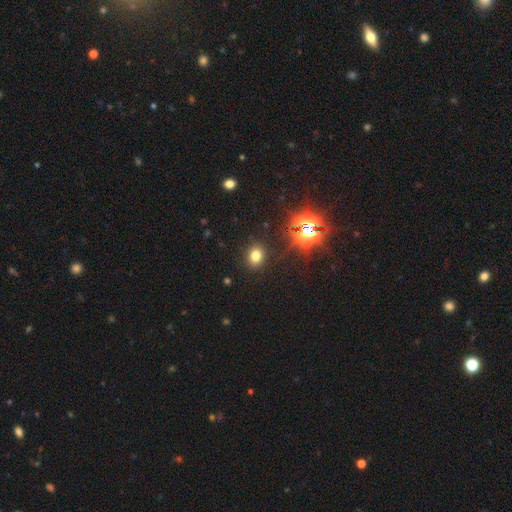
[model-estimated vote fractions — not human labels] A smooth galaxy with no disk features (74%) that is round (52%). Merging: none (89%).